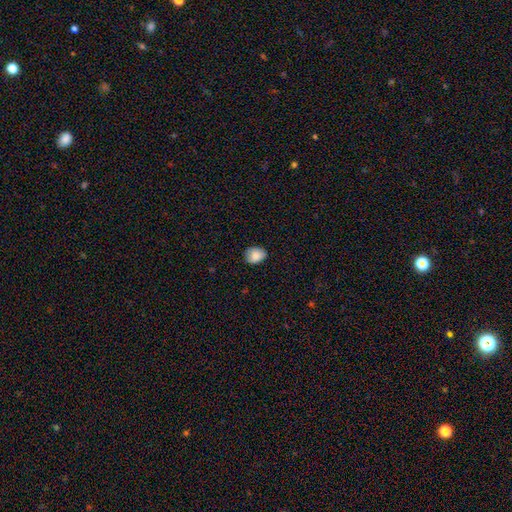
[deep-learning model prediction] smooth_or_featured: smooth (p=0.85) [alt: star or artifact p=0.08]
how_rounded: in between (p=0.56) [alt: round p=0.43]
merging: none (p=0.80) [alt: minor disturbance p=0.17]